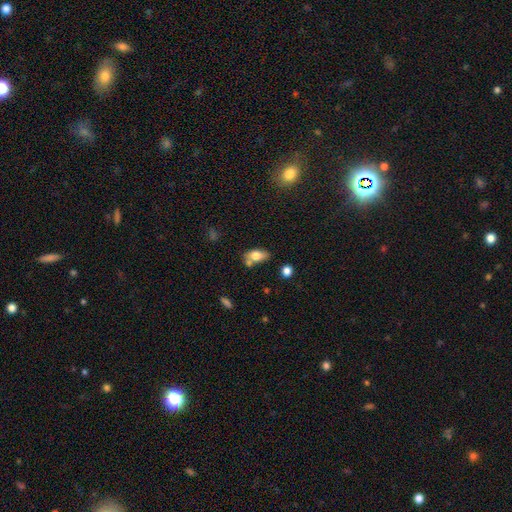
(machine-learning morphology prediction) Overall: smooth (73%). How rounded: in between (87%). Merging: none (53%; merger 22%).